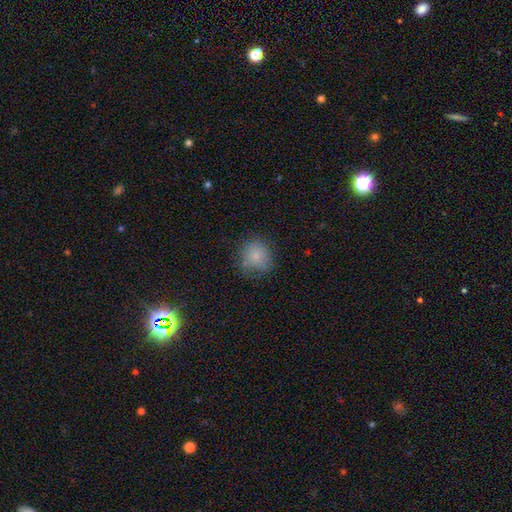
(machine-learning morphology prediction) Q: Smooth or featured?
A: smooth (81%); runner-up: star or artifact (10%)
Q: How rounded?
A: round (86%); runner-up: in between (13%)
Q: Merging?
A: none (69%); runner-up: minor disturbance (21%)